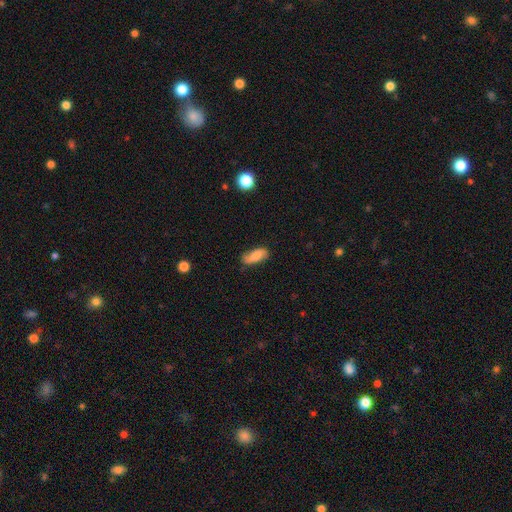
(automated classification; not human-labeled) smooth 81%, featured or disk 12%, star or artifact 7%. Down the decision tree: how rounded — in between (79%); merging — none (66%).